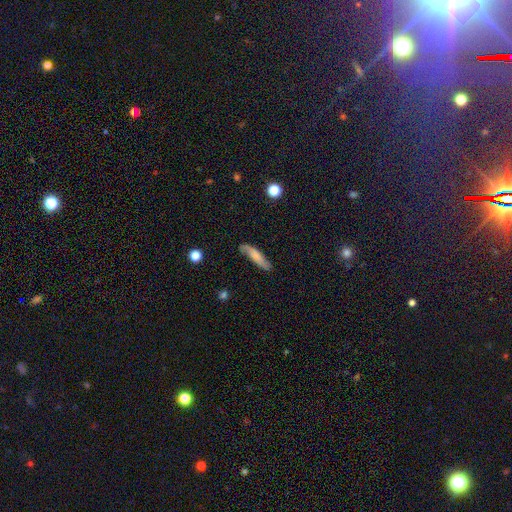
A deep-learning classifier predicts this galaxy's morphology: Q: Smooth or featured?
A: smooth (59%); runner-up: featured or disk (34%)
Q: How rounded?
A: cigar-shaped (75%); runner-up: in between (23%)
Q: Merging?
A: none (69%); runner-up: minor disturbance (23%)